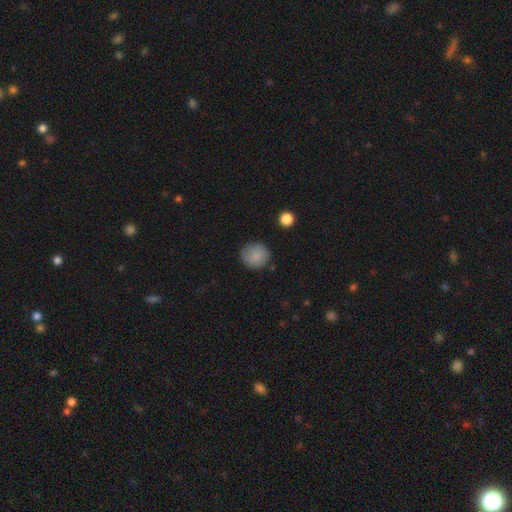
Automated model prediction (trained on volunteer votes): A smooth galaxy with no disk features (85%) that is round (89%).

Vote fractions:
- Smooth or featured? smooth: 85% / star or artifact: 8% / featured or disk: 7%
- How rounded? round: 89% / in between: 10% / cigar-shaped: 1%
- Merging? none: 79% / minor disturbance: 15% / major disturbance: 4% / merger: 2%